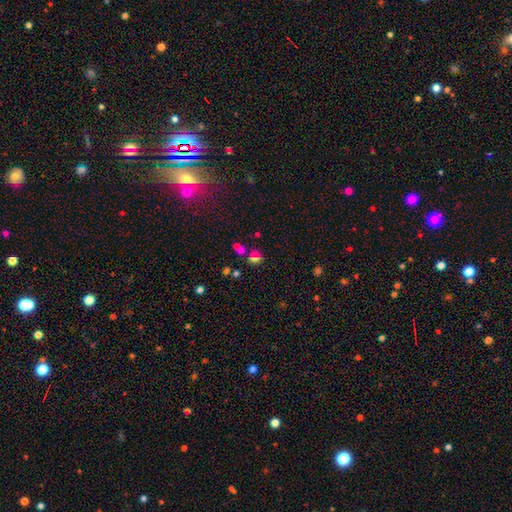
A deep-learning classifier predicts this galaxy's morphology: The model was most divided on "smooth or featured": smooth: 58%, star or artifact: 29%, featured or disk: 13%. More confident: how rounded — round (72%); merging — none (58%).